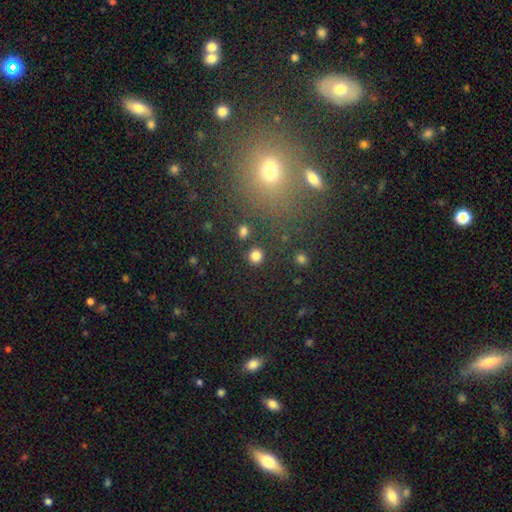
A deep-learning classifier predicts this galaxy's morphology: Overall: smooth (82%). How rounded: round (92%). Merging: none (89%).